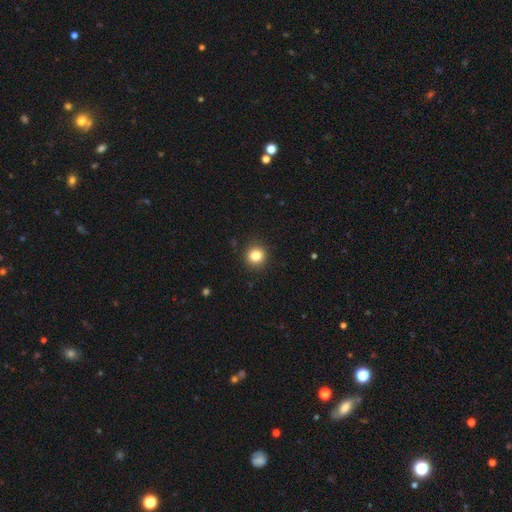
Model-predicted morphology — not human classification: A smooth galaxy with no disk features (83%) that is round (93%). Merging: none (91%).